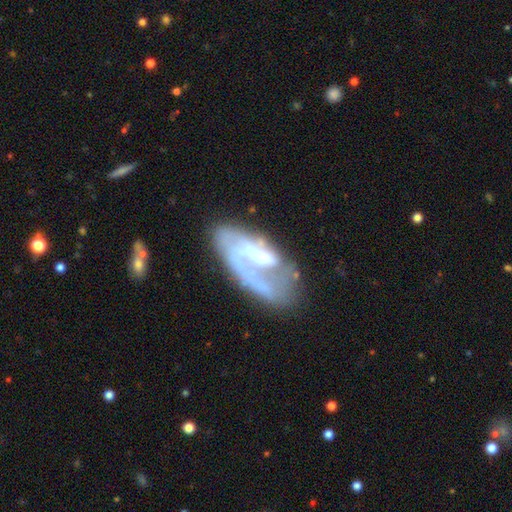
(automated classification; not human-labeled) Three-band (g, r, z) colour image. It shows a featured or disk galaxy (71%) with a weak bar (40%), spiral arms (70%) and a moderate central bulge (47%). Merging: none (40%).